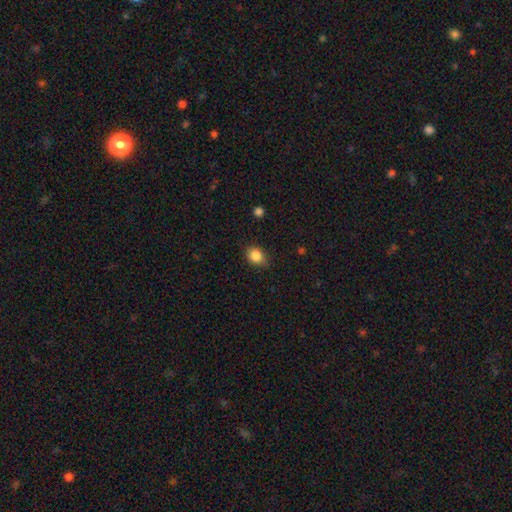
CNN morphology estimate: This is clearly a smooth galaxy (86%). How rounded: possibly round (50%). Merging: likely none (80%).